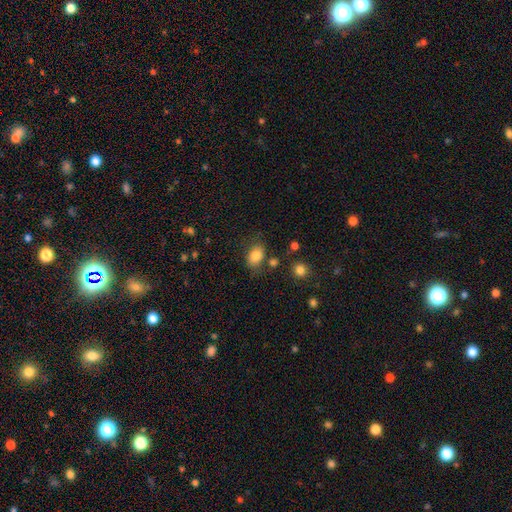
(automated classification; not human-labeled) Smooth or featured? Predicted: smooth (p=0.83). How rounded? Predicted: in between (p=0.78). Merging? Predicted: none (p=0.71).